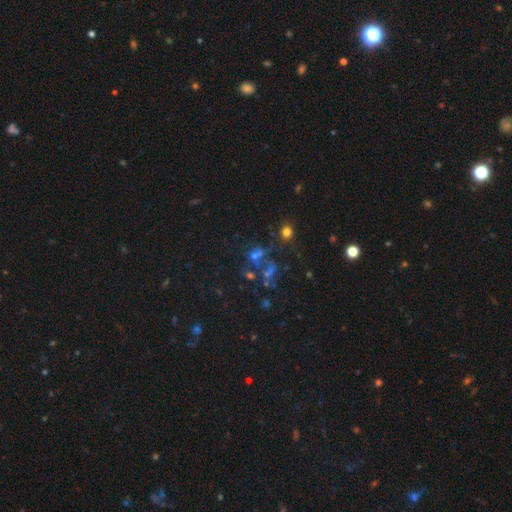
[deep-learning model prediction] Smooth or featured?
  - star or artifact: 44% *
  - smooth: 32%
  - featured or disk: 24%